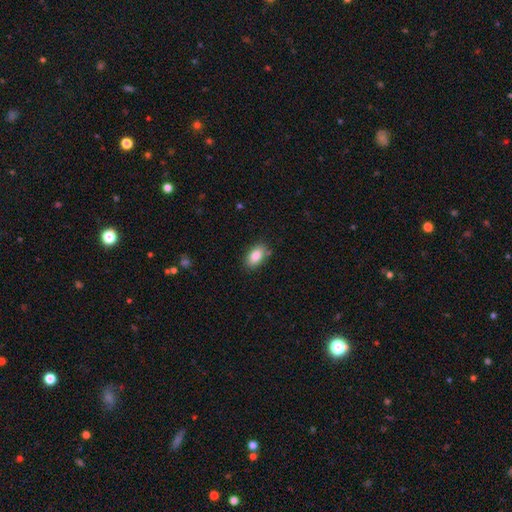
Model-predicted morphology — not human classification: Smooth or featured? smooth (85%)
How rounded? in between (91%)
Merging? none (83%)